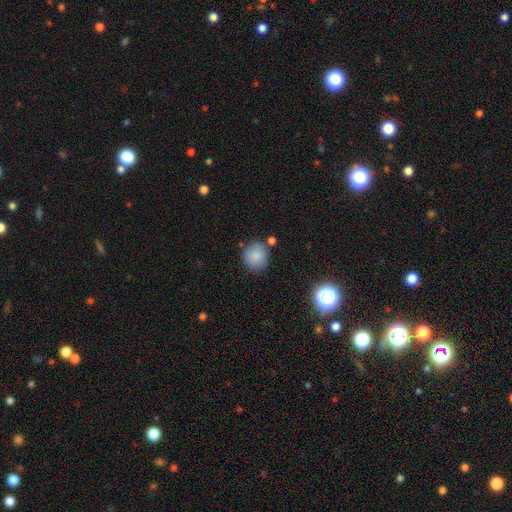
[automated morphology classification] Overall: smooth (85%). How rounded: round (86%). Merging: none (76%).